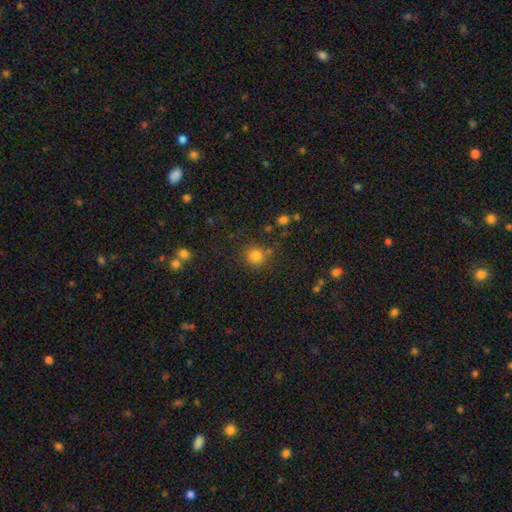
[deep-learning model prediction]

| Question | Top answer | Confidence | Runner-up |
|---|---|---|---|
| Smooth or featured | smooth | 82% | star or artifact (13%) |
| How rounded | round | 90% | in between (10%) |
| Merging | none | 77% | minor disturbance (11%) |